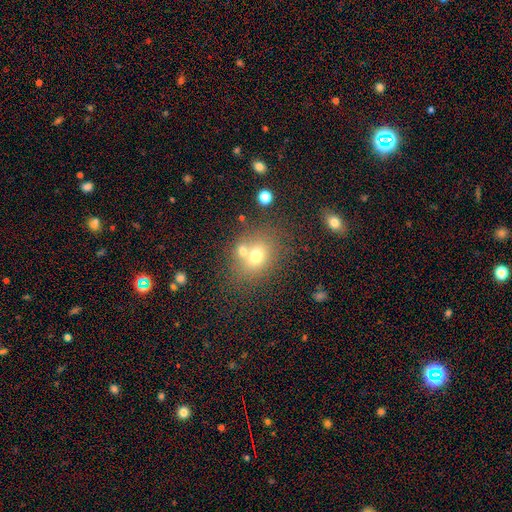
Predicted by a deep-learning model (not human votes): Smooth or featured: smooth — 67% (featured or disk — 19%)
How rounded: round — 52% (in between — 47%)
Merging: none — 53% (merger — 30%)